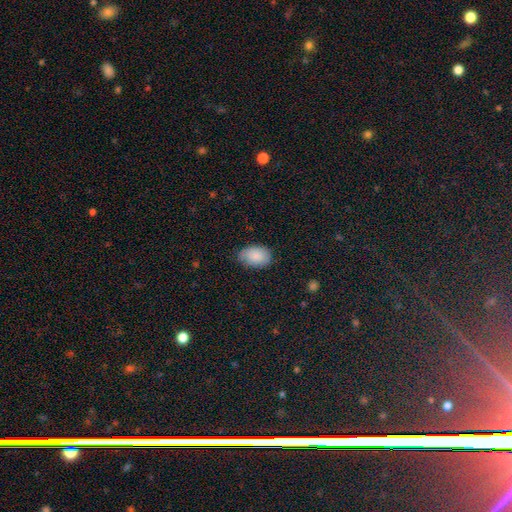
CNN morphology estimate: type=smooth (87%); roundness=in between (85%); merging=none (70%).